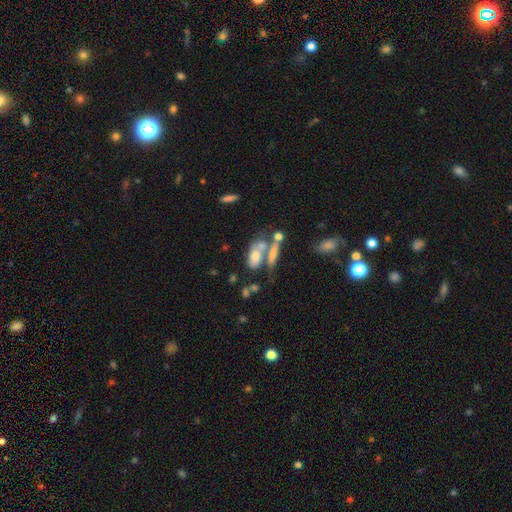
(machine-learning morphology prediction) Smooth or featured: smooth — 61% (featured or disk — 28%)
How rounded: in between — 80% (cigar-shaped — 13%)
Merging: merger — 42% (none — 33%)